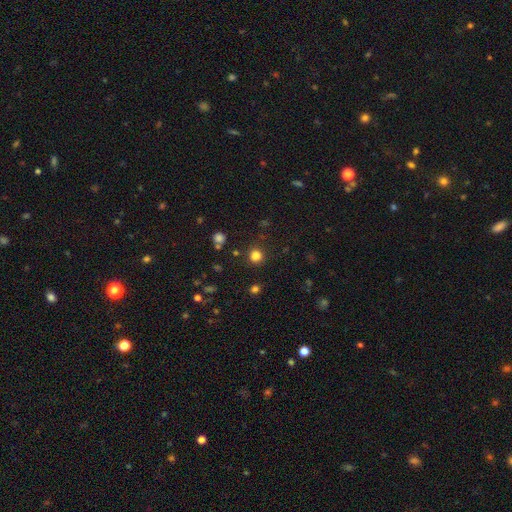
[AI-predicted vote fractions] smooth_or_featured: smooth (p=0.80) [alt: star or artifact p=0.16]
how_rounded: round (p=0.92) [alt: in between p=0.07]
merging: none (p=0.89) [alt: minor disturbance p=0.06]